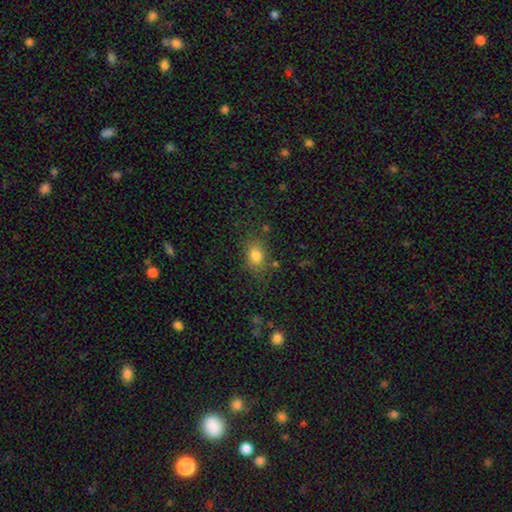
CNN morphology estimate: A smooth galaxy with no disk features (80%) that is in between round and cigar-shaped (68%).

Vote fractions:
- Smooth or featured? smooth: 80% / star or artifact: 12% / featured or disk: 9%
- How rounded? in between: 68% / round: 31% / cigar-shaped: 2%
- Merging? none: 74% / minor disturbance: 16% / major disturbance: 6% / merger: 4%